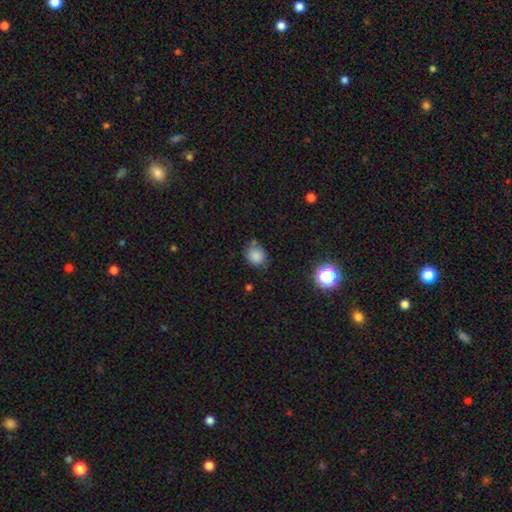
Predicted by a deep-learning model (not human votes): smooth 83%, star or artifact 12%, featured or disk 5%. Down the decision tree: how rounded — round (68%); merging — none (66%).